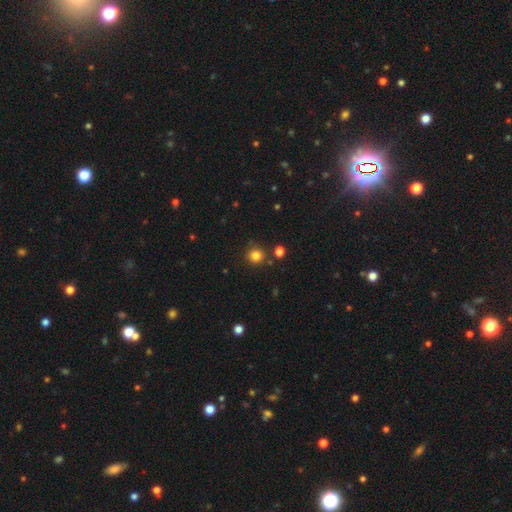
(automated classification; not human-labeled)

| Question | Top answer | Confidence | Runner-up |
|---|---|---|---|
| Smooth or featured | smooth | 82% | star or artifact (13%) |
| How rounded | round | 93% | in between (6%) |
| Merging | none | 83% | minor disturbance (8%) |